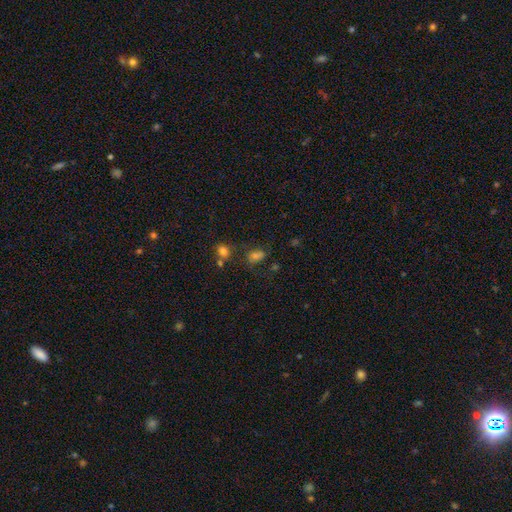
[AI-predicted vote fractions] Overall: smooth (55%; star or artifact 29%). How rounded: in between (65%; round 33%). Merging: none (53%; minor disturbance 18%).